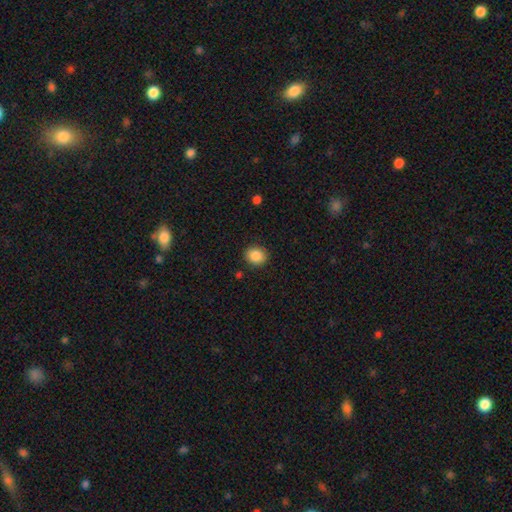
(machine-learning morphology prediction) smooth_or_featured: smooth (p=0.87) [alt: star or artifact p=0.09]
how_rounded: round (p=0.70) [alt: in between p=0.29]
merging: none (p=0.88) [alt: minor disturbance p=0.08]